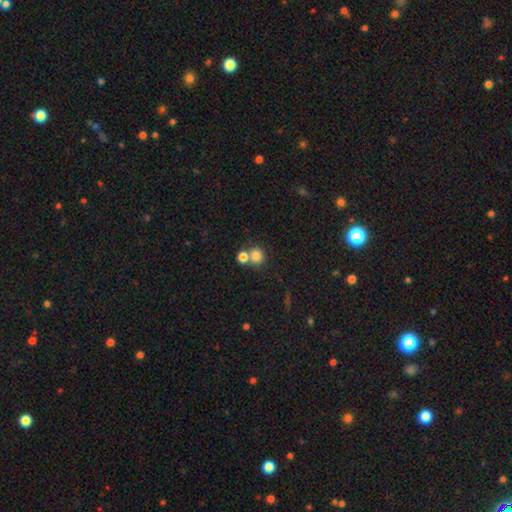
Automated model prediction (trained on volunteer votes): Overall: smooth (80%). How rounded: round (80%). Merging: none (46%; merger 43%).